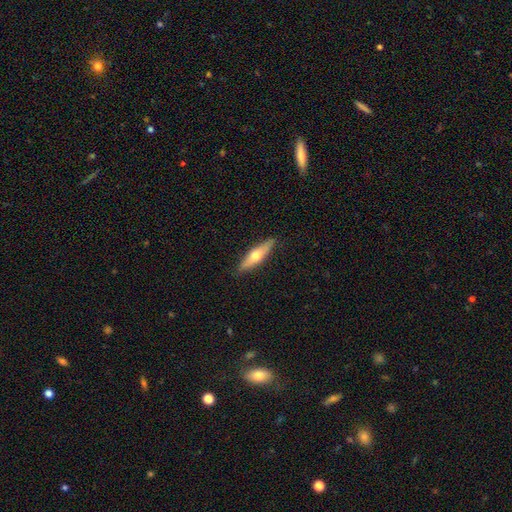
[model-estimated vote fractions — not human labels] The model was most divided on "smooth or featured": featured or disk: 49%, smooth: 45%, star or artifact: 5%. More confident: merging — none (88%).